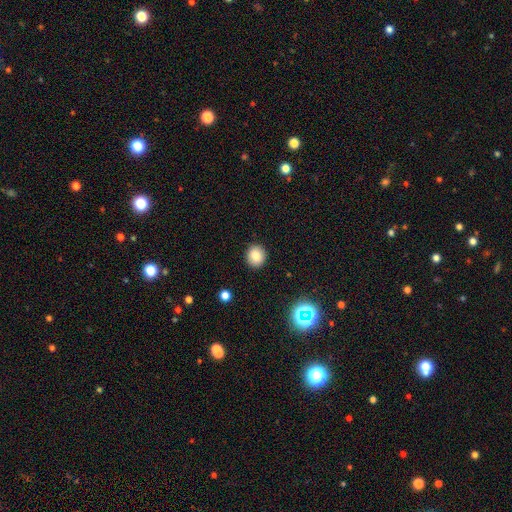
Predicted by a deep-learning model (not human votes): A smooth galaxy with no disk features (81%) that is round (81%). Merging: none (91%).